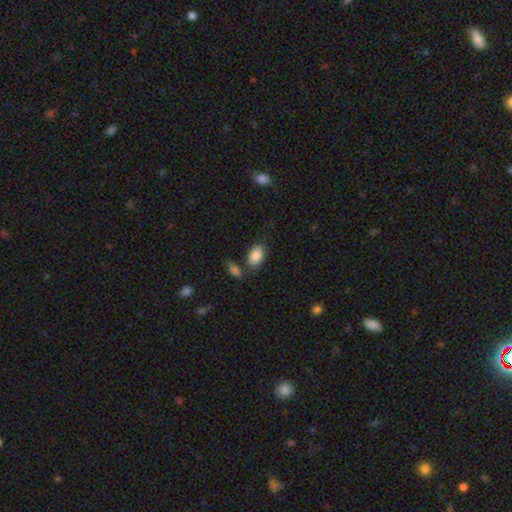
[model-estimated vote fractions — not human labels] smooth_or_featured: smooth (p=0.87) [alt: star or artifact p=0.07]
how_rounded: in between (p=0.90) [alt: round p=0.08]
merging: none (p=0.66) [alt: minor disturbance p=0.16]